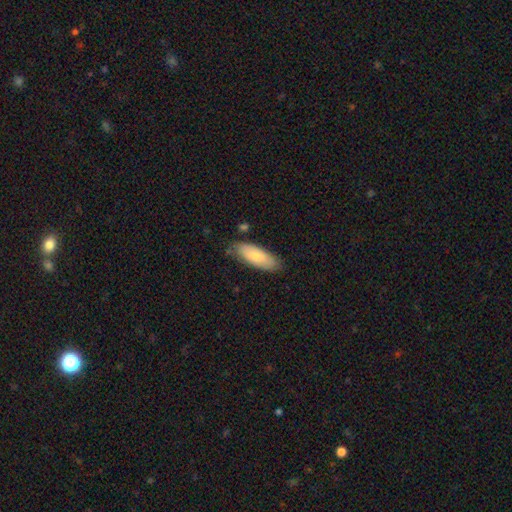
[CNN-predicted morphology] Overall: smooth (80%). How rounded: in between (70%). Merging: none (79%).